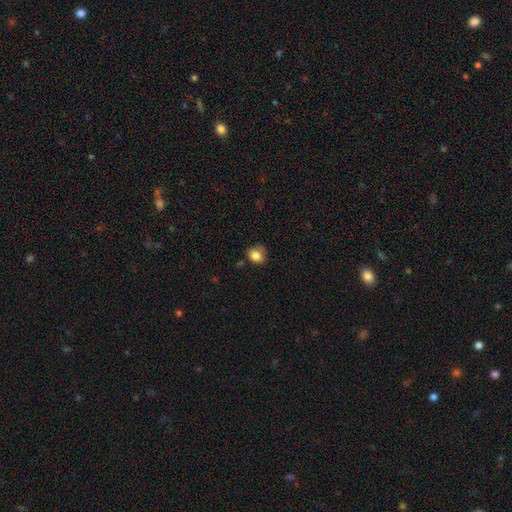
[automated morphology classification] Q: Smooth or featured?
A: smooth (82%); runner-up: star or artifact (10%)
Q: How rounded?
A: round (62%); runner-up: in between (37%)
Q: Merging?
A: none (58%); runner-up: minor disturbance (30%)